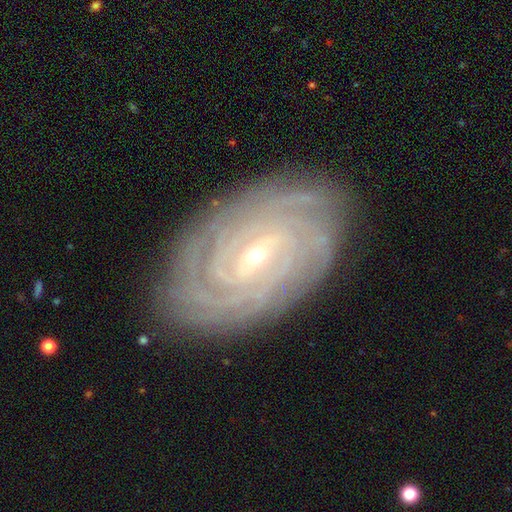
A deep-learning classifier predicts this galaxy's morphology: smooth-or-featured: featured or disk: 90% | star or artifact: 5% | smooth: 5%
  disk-edge-on: no: 97% | yes: 3%
    bar: weak: 47% | no: 28% | strong: 25%
    has-spiral-arms: yes: 98% | no: 2%
      spiral-winding: tight: 87% | medium: 11% | loose: 2%
      spiral-arm-count: 4: 28% | more than 4: 21% | can't tell: 20% | 3: 13% | 2: 10% | 1: 8%
    bulge-size: small: 72% | moderate: 25% | large: 1% | none: 1% | dominant: 1%
  merging: none: 86% | minor disturbance: 11% | major disturbance: 2% | merger: 1%